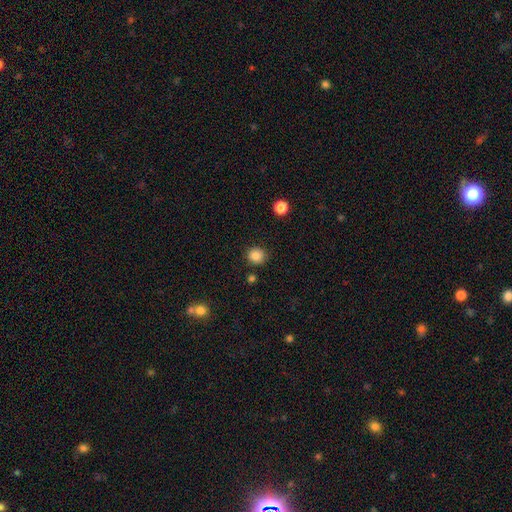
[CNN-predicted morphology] This is clearly a smooth galaxy (85%). How rounded: clearly round (88%). Merging: clearly none (86%).